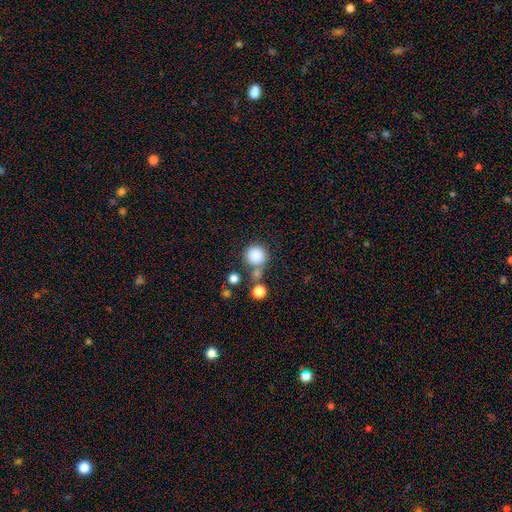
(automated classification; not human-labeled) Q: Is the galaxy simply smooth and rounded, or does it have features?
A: smooth — 85%.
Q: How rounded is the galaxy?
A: round — 92%.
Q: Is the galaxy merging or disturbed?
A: none — 63%.